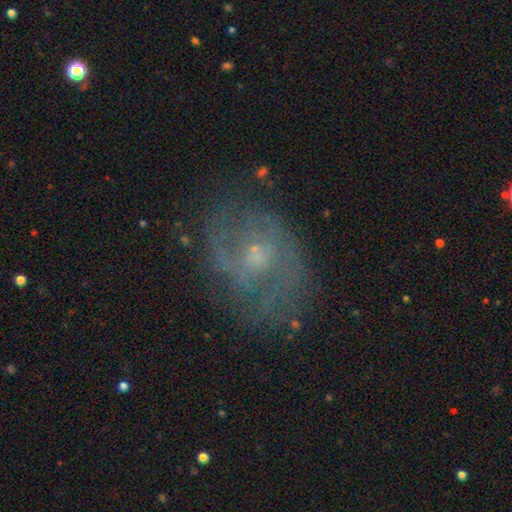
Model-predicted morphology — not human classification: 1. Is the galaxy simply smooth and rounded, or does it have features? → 75% featured or disk, 14% smooth, 11% star or artifact.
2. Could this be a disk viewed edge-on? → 97% no, 3% yes.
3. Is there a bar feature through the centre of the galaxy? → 60% no, 35% weak, 5% strong.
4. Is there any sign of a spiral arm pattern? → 85% yes, 15% no.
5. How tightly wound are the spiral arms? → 45% medium, 34% tight, 20% loose.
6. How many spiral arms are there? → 59% 2, 26% can't tell, 6% 3, 4% 1, 3% 4, 3% more than 4.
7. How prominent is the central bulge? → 51% small, 39% moderate, 6% none, 2% large, 1% dominant.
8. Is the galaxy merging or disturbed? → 72% none, 17% minor disturbance, 9% major disturbance, 2% merger.